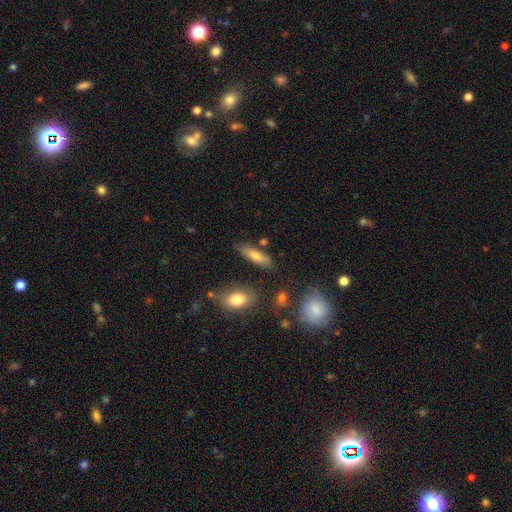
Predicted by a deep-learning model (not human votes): Smooth or featured?
  - smooth: 70% *
  - featured or disk: 22%
  - star or artifact: 8%
How rounded?
  - cigar-shaped: 52% *
  - in between: 45%
  - round: 3%
Merging?
  - none: 76% *
  - minor disturbance: 15%
  - merger: 5%
  - major disturbance: 4%